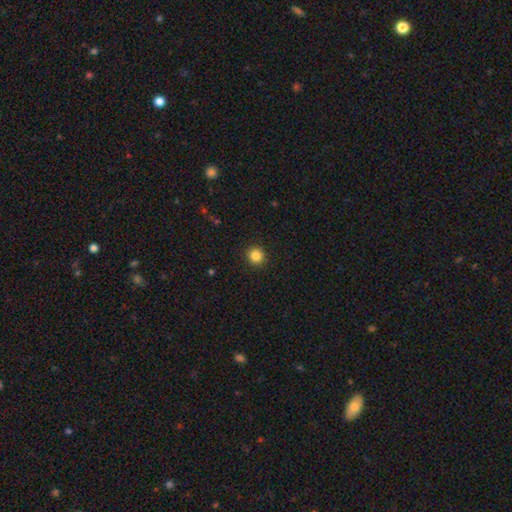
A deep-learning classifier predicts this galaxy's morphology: This is clearly a smooth galaxy (84%). How rounded: clearly round (93%). Merging: clearly none (92%).